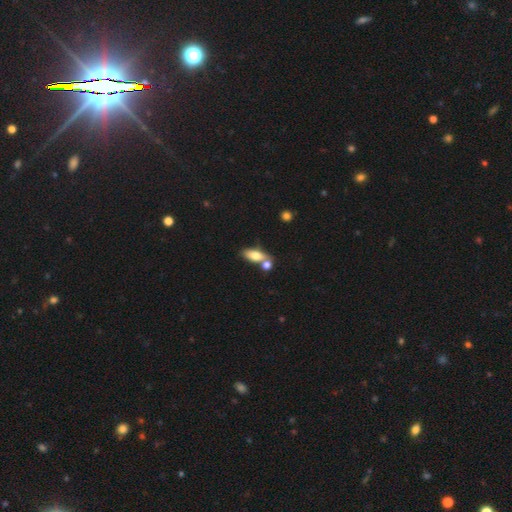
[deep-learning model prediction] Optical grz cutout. It shows a smooth galaxy with no disk features (73%) that is in between round and cigar-shaped (80%). Merging: none (47%).